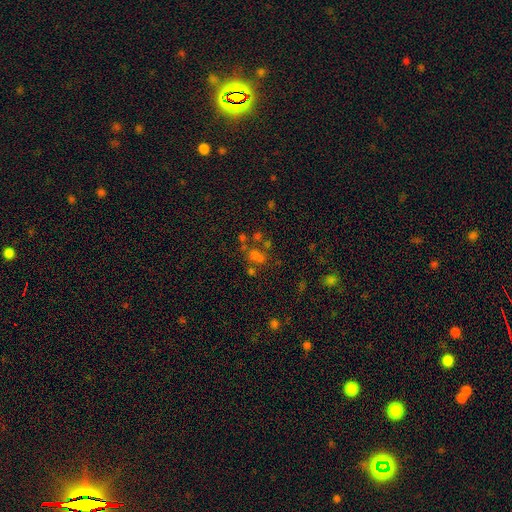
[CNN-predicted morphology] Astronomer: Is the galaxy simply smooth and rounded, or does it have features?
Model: smooth — 45% (runner-up: star or artifact, 36%).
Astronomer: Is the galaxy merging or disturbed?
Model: none — 44% (runner-up: merger, 33%).